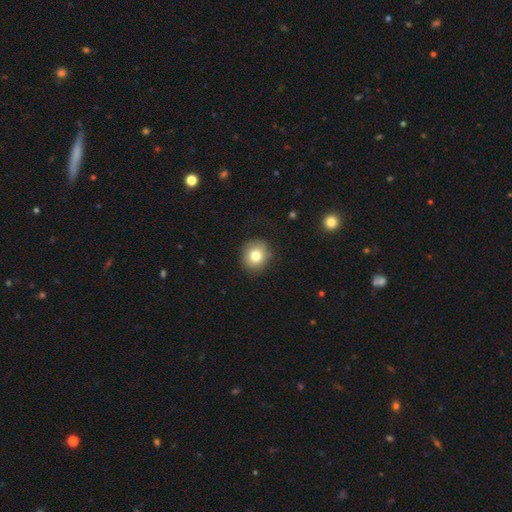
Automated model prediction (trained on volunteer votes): Smooth or featured? Predicted: smooth (p=0.79). How rounded? Predicted: round (p=0.84). Merging? Predicted: none (p=0.86).